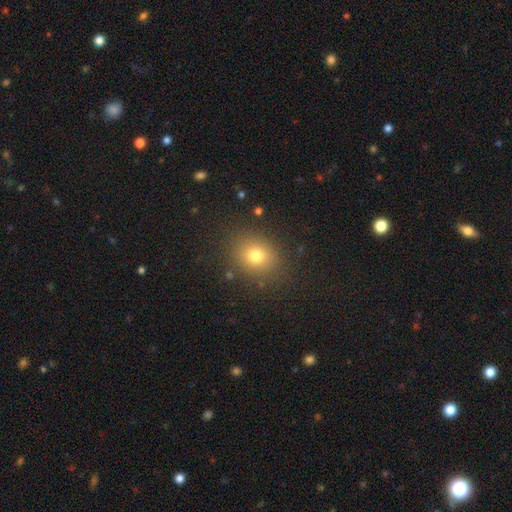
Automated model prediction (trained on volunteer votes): smooth_or_featured: smooth (p=0.75) [alt: star or artifact p=0.15]
how_rounded: round (p=0.68) [alt: in between p=0.31]
merging: none (p=0.86) [alt: minor disturbance p=0.09]